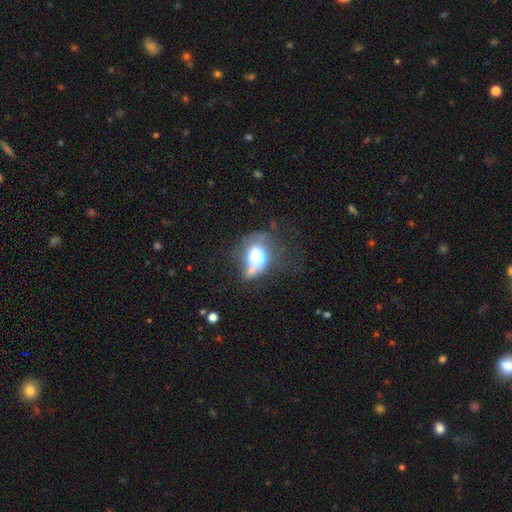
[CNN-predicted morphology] A smooth galaxy with no disk features (53%) that is in between round and cigar-shaped (63%).

Vote fractions:
- Smooth or featured? smooth: 53% / featured or disk: 35% / star or artifact: 12%
- How rounded? in between: 63% / round: 34% / cigar-shaped: 2%
- Merging? major disturbance: 31% / merger: 27% / none: 22% / minor disturbance: 20%